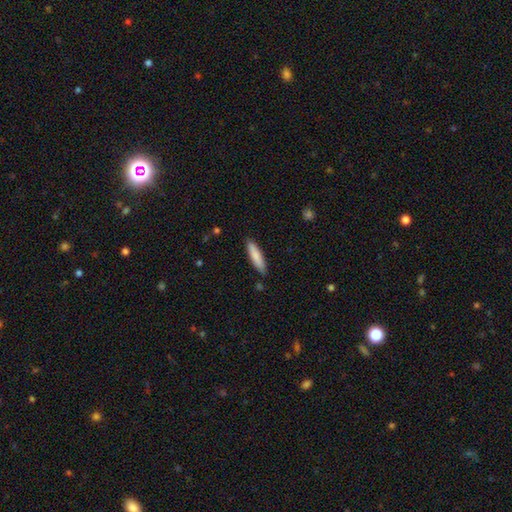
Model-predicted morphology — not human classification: type=smooth (82%); roundness=cigar-shaped (81%); merging=none (87%).